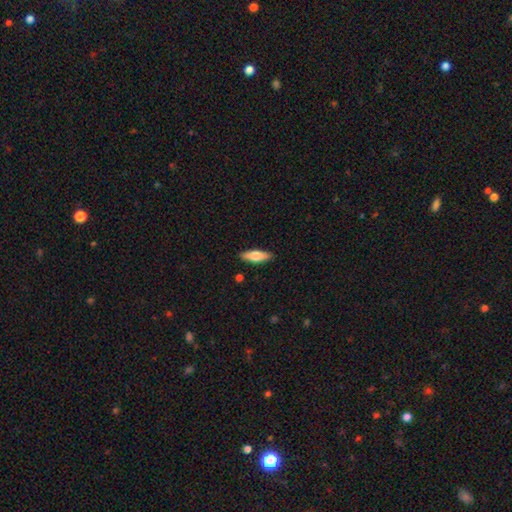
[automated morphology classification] smooth 64%, featured or disk 31%, star or artifact 6%. Down the decision tree: how rounded — in between (51%); merging — none (89%).